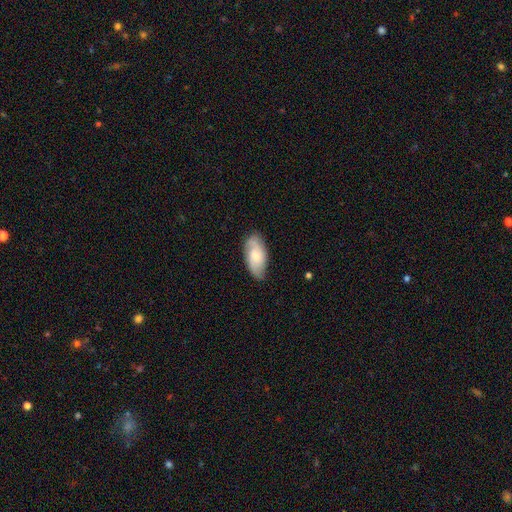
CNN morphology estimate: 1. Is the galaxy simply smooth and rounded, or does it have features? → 50% smooth, 44% featured or disk, 6% star or artifact.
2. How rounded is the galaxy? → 90% in between, 7% cigar-shaped, 3% round.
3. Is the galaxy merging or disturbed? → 75% none, 20% minor disturbance, 4% major disturbance, 1% merger.